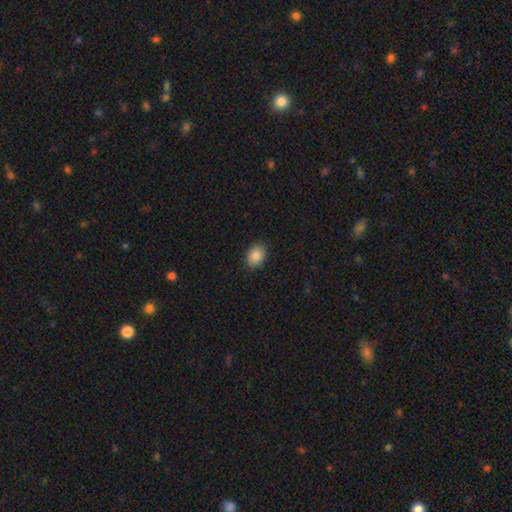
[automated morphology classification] smooth-or-featured: smooth: 86% | star or artifact: 9% | featured or disk: 5%
  how-rounded: in between: 67% | round: 32% | cigar-shaped: 1%
  merging: none: 88% | minor disturbance: 9% | major disturbance: 2% | merger: 1%